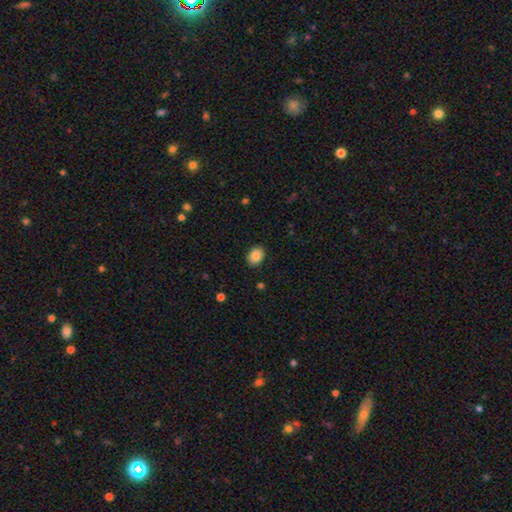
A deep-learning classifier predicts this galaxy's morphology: smooth_or_featured: smooth (p=0.86) [alt: star or artifact p=0.08]
how_rounded: in between (p=0.64) [alt: round p=0.35]
merging: none (p=0.88) [alt: minor disturbance p=0.08]